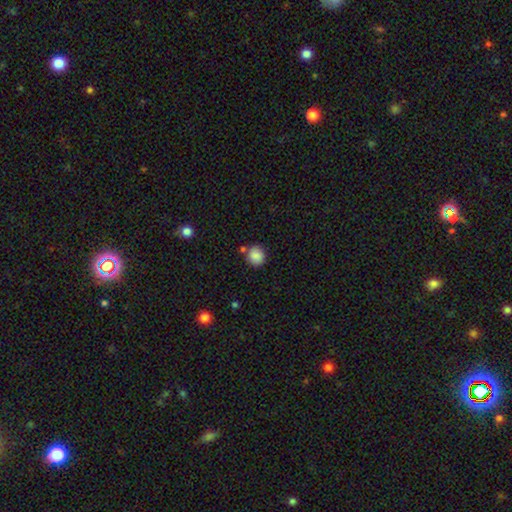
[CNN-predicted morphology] This is clearly a smooth galaxy (86%). How rounded: clearly round (84%). Merging: likely none (77%).